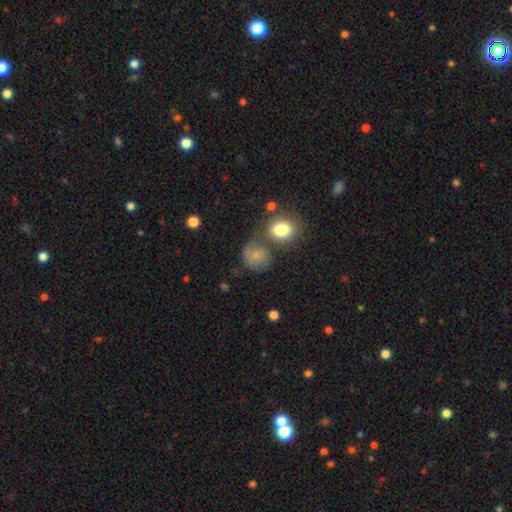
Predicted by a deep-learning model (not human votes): Overall: smooth (75%). How rounded: round (82%). Merging: none (56%; merger 19%).